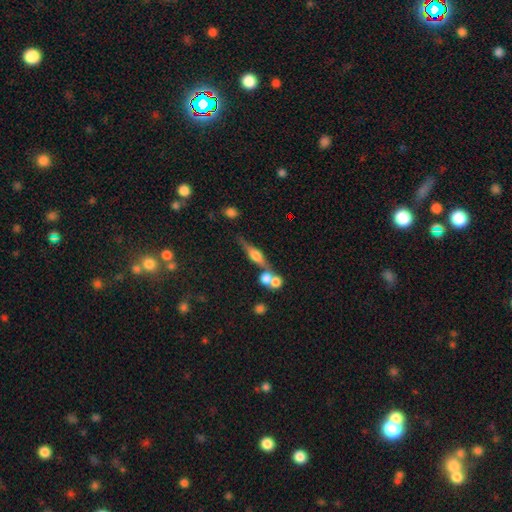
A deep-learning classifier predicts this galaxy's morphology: smooth-or-featured: featured or disk: 65% | smooth: 26% | star or artifact: 9%
  disk-edge-on: yes: 91% | no: 9%
    edge-on-bulge: rounded: 88% | boxy: 9% | none: 3%
  merging: none: 55% | merger: 29% | minor disturbance: 12% | major disturbance: 5%